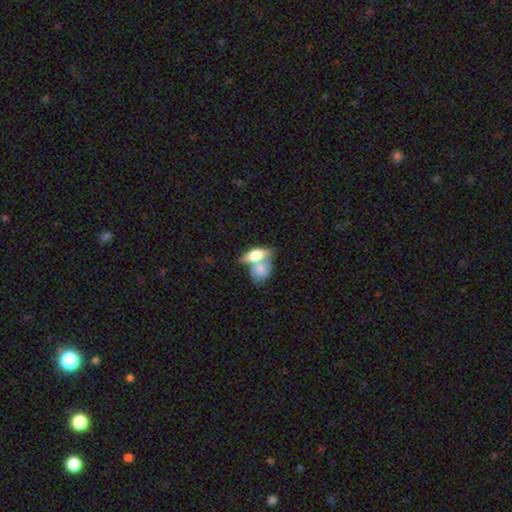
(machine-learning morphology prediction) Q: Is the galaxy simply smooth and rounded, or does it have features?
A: smooth — 60%.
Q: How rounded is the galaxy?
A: in between — 78%.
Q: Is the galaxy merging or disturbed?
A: merger — 63%.